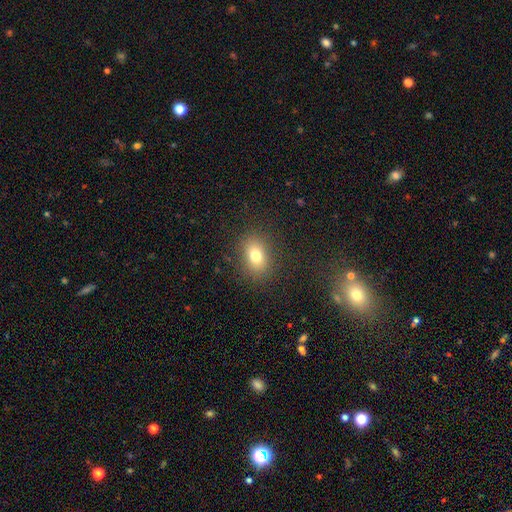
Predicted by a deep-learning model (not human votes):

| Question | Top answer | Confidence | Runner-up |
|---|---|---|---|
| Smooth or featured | smooth | 77% | star or artifact (12%) |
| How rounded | in between | 71% | round (27%) |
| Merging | none | 86% | minor disturbance (9%) |